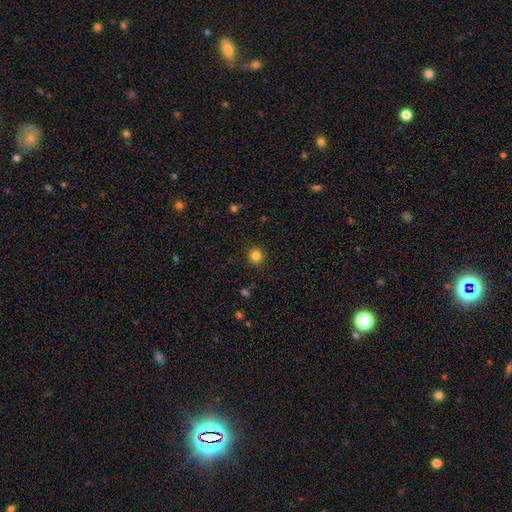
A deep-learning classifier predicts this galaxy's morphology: Smooth or featured? Predicted: smooth (p=0.83). How rounded? Predicted: round (p=0.95). Merging? Predicted: none (p=0.92).